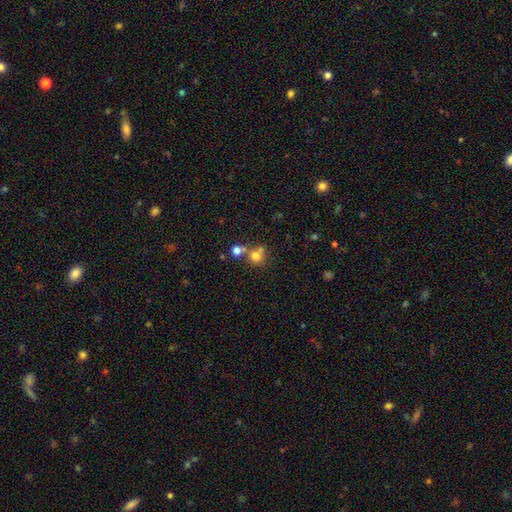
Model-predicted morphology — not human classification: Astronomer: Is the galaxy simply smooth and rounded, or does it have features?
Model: smooth — 73%.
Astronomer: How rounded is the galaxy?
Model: round — 87%.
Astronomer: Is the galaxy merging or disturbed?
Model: none — 52% (runner-up: merger, 36%).